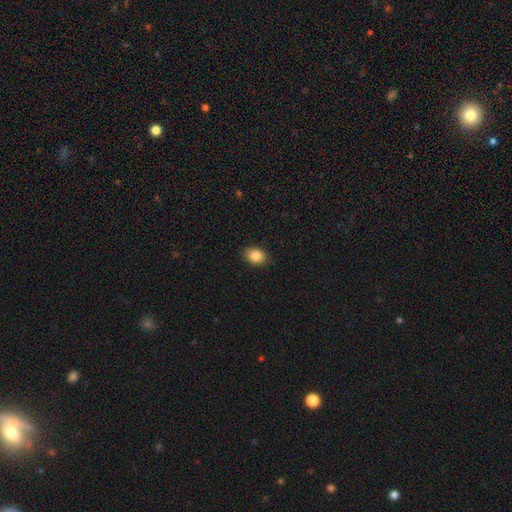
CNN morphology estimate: This appears to be a smooth galaxy with no disk features (87%) that is in between round and cigar-shaped (67%). Merging: none (89%).